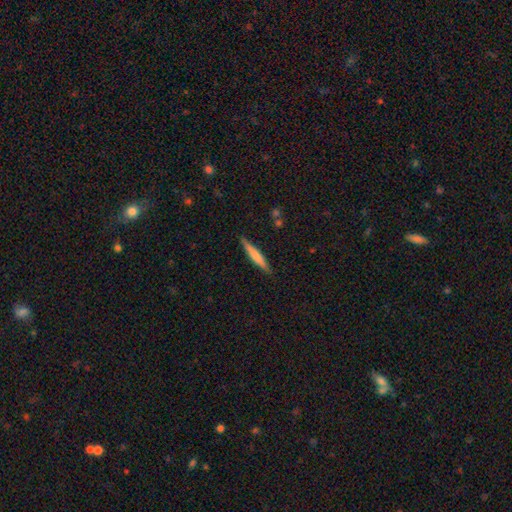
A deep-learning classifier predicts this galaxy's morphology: type=smooth (63%); roundness=cigar-shaped (94%); merging=none (89%).